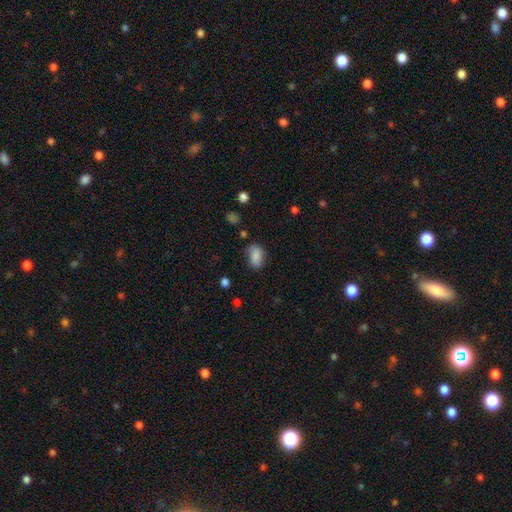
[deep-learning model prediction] smooth-or-featured: smooth: 83% | star or artifact: 9% | featured or disk: 8%
  how-rounded: in between: 86% | round: 12% | cigar-shaped: 2%
  merging: none: 64% | minor disturbance: 27% | major disturbance: 7% | merger: 3%